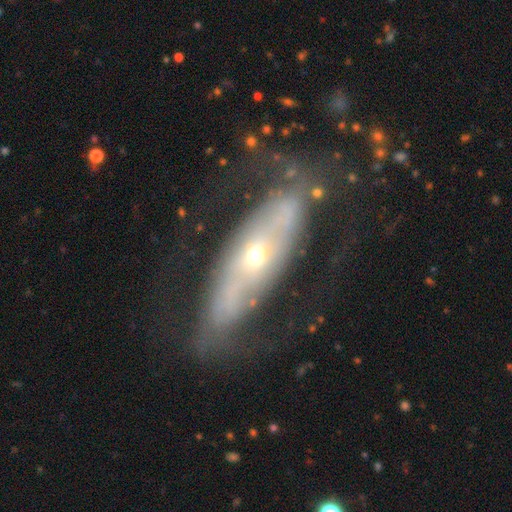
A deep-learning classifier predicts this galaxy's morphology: This is likely a featured or disk galaxy (73%). It is likely not viewed edge-on (74%). Bar: likely no (67%). Spiral arm pattern: possibly yes (58%). Central bulge: possibly small (60%). Merging: likely none (65%).